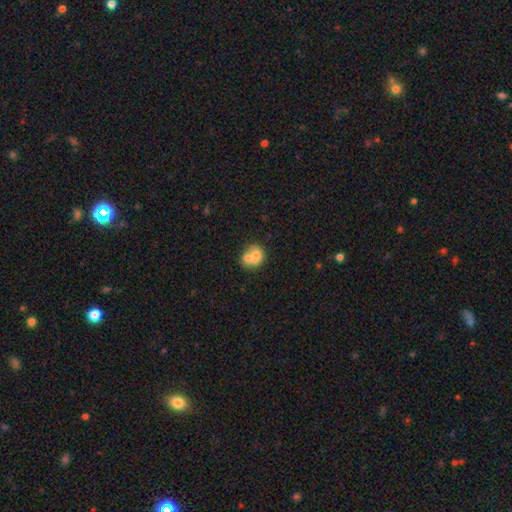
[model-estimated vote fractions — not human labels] A smooth galaxy with no disk features (63%) that is round (64%).

Vote fractions:
- Smooth or featured? smooth: 63% / featured or disk: 28% / star or artifact: 9%
- How rounded? round: 64% / in between: 35% / cigar-shaped: 1%
- Merging? merger: 63% / none: 26% / minor disturbance: 8% / major disturbance: 4%